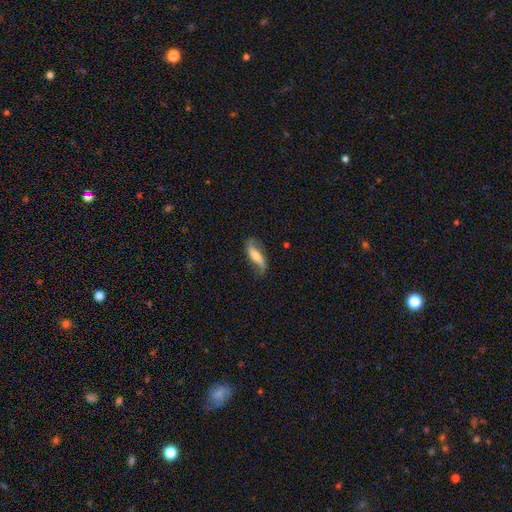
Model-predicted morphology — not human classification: Smooth or featured?
  - featured or disk: 61% *
  - smooth: 33%
  - star or artifact: 7%
Edge-on disk?
  - no: 82% *
  - yes: 18%
Merging?
  - none: 67% *
  - minor disturbance: 22%
  - major disturbance: 9%
  - merger: 2%